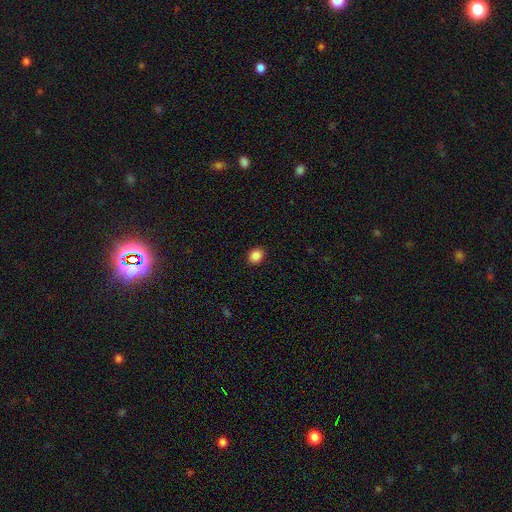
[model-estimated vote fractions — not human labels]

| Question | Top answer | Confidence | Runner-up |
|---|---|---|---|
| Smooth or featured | smooth | 87% | star or artifact (10%) |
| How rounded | round | 65% | in between (34%) |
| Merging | none | 91% | minor disturbance (6%) |